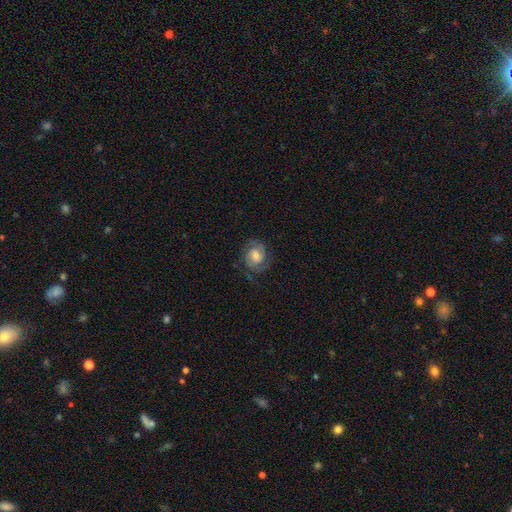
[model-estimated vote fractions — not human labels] featured or disk 67%, smooth 25%, star or artifact 8%. Down the decision tree: edge-on disk — no (98%); bar — no (53%); spiral arms — yes (92%); spiral arm count — 2 (69%); spiral winding — tight (49%); bulge size — moderate (57%); merging — none (72%).